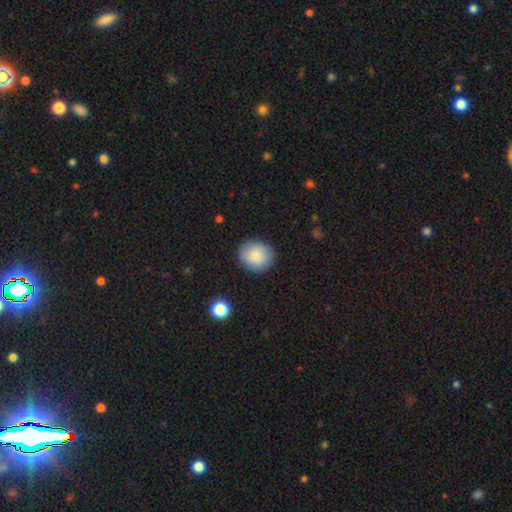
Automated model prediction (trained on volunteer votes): smooth-or-featured: smooth: 86% | star or artifact: 7% | featured or disk: 7%
  how-rounded: round: 77% | in between: 22% | cigar-shaped: 1%
  merging: none: 88% | minor disturbance: 9% | major disturbance: 2% | merger: 1%